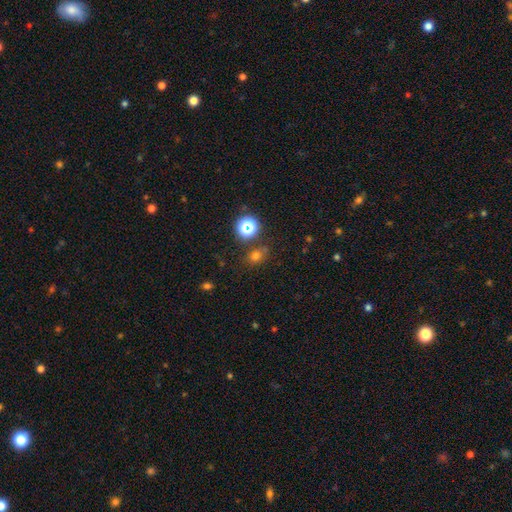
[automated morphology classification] Smooth or featured?
  - smooth: 65% *
  - star or artifact: 28%
  - featured or disk: 8%
How rounded?
  - round: 62% *
  - in between: 37%
  - cigar-shaped: 1%
Merging?
  - none: 75% *
  - minor disturbance: 13%
  - merger: 8%
  - major disturbance: 4%